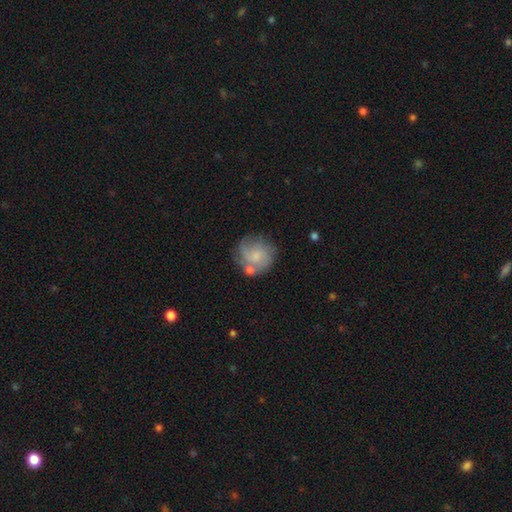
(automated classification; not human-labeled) smooth-or-featured: smooth: 48% | featured or disk: 44% | star or artifact: 8%
  merging: none: 54% | minor disturbance: 22% | merger: 13% | major disturbance: 11%